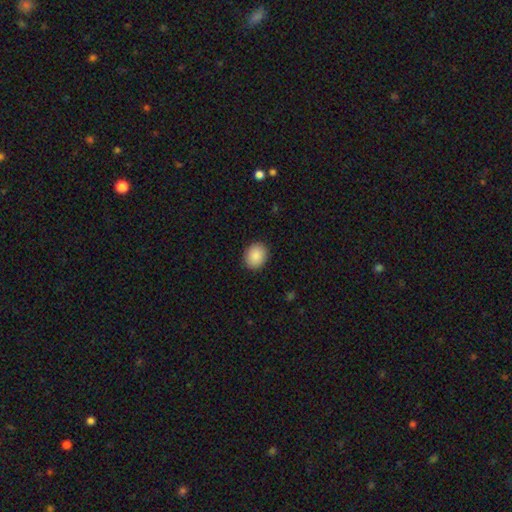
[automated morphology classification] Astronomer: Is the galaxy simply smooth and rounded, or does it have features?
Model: smooth — 89%.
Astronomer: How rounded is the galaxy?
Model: round — 56% (runner-up: in between, 43%).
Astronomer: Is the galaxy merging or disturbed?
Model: none — 91%.